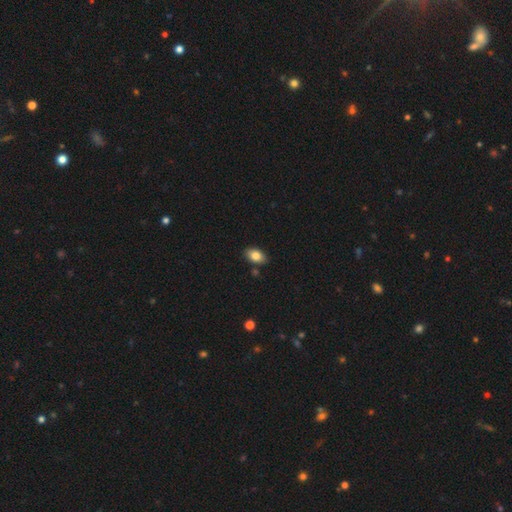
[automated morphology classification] smooth-or-featured: smooth: 82% | featured or disk: 10% | star or artifact: 8%
  how-rounded: in between: 90% | round: 8% | cigar-shaped: 2%
  merging: none: 85% | minor disturbance: 10% | merger: 3% | major disturbance: 2%